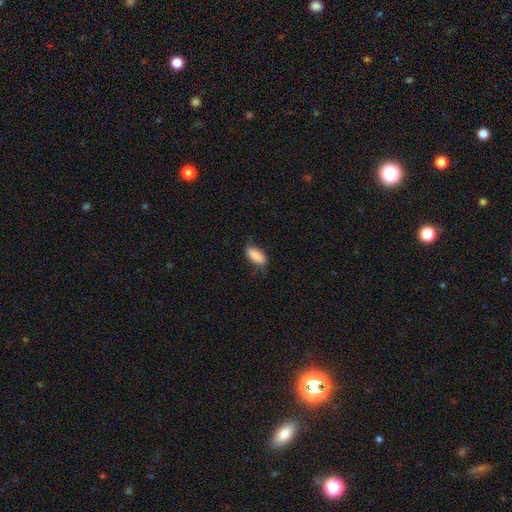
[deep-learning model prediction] Smooth or featured?
  - smooth: 87% *
  - star or artifact: 7%
  - featured or disk: 6%
How rounded?
  - in between: 86% *
  - cigar-shaped: 11%
  - round: 3%
Merging?
  - none: 68% *
  - minor disturbance: 25%
  - major disturbance: 6%
  - merger: 1%